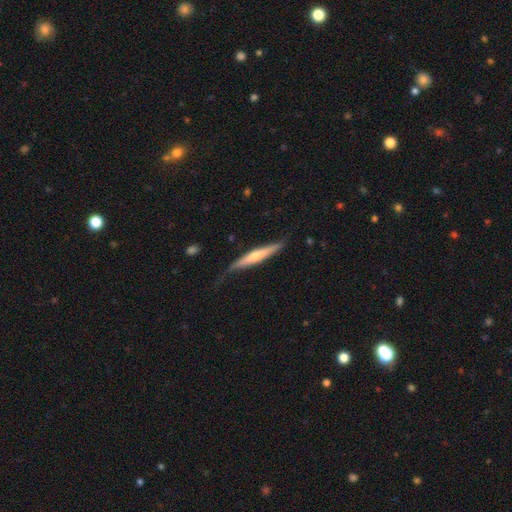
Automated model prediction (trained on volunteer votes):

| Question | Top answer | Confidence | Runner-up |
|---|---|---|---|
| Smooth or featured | featured or disk | 55% | smooth (40%) |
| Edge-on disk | yes | 92% | no (8%) |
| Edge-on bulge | rounded | 65% | none (27%) |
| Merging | none | 68% | minor disturbance (25%) |